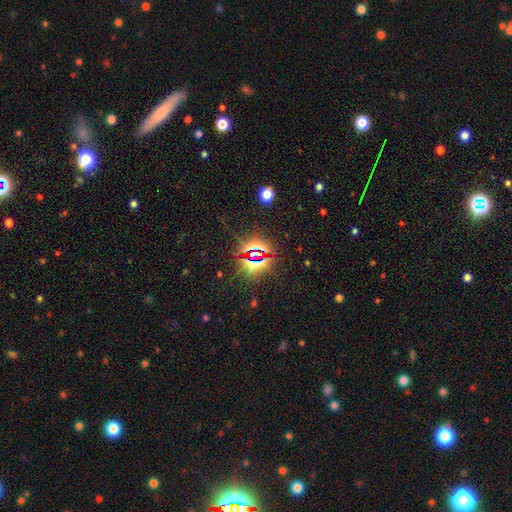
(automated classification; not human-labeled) smooth-or-featured: star or artifact: 80% | smooth: 12% | featured or disk: 8%